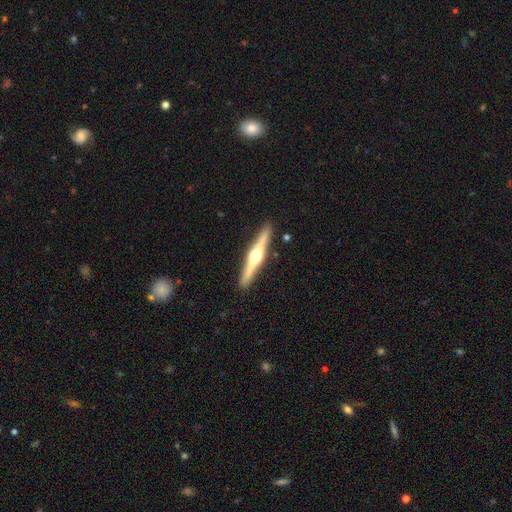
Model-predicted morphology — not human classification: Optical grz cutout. It shows a featured or disk galaxy (75%) viewed edge-on (98%) with a rounded central bulge (94%). Merging: none (91%).